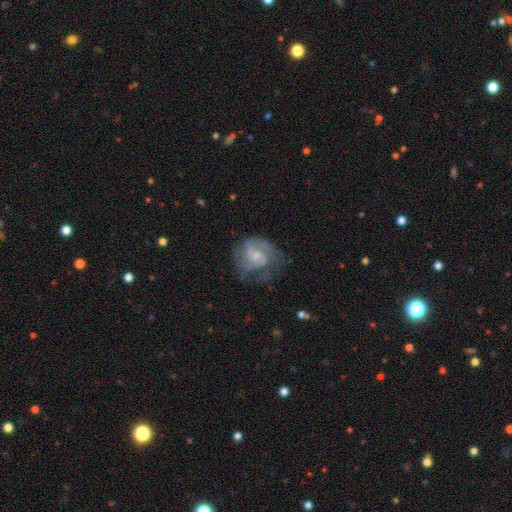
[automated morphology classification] This is likely a featured or disk galaxy (74%). It is clearly not viewed edge-on (98%). Bar: possibly no (58%). Spiral arm pattern: clearly yes (92%). Spiral arm count: possibly 2 (55%). Spiral winding: possibly medium (46%). Central bulge: possibly small (51%). Merging: possibly none (54%).